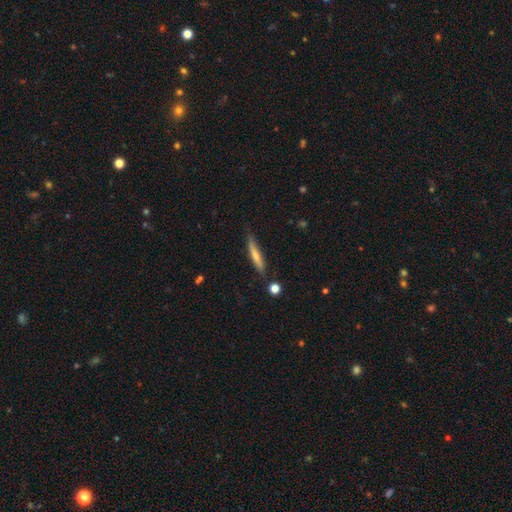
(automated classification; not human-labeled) A smooth galaxy with no disk features (61%) that is cigar-shaped (90%).

Vote fractions:
- Smooth or featured? smooth: 61% / featured or disk: 32% / star or artifact: 6%
- How rounded? cigar-shaped: 90% / in between: 8% / round: 2%
- Merging? none: 77% / minor disturbance: 17% / major disturbance: 3% / merger: 3%